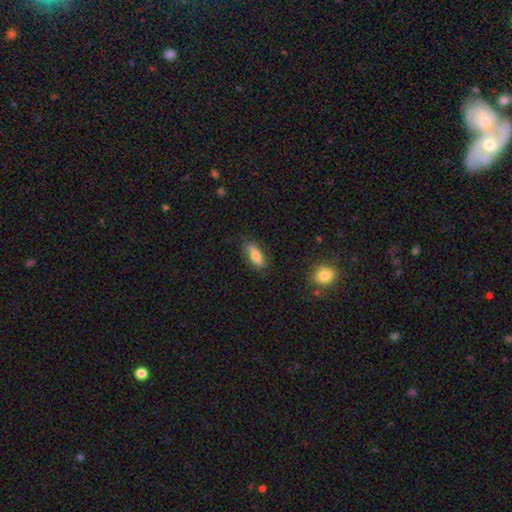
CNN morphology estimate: Smooth or featured: smooth — 71% (featured or disk — 22%)
How rounded: in between — 58% (cigar-shaped — 39%)
Merging: none — 79% (minor disturbance — 16%)